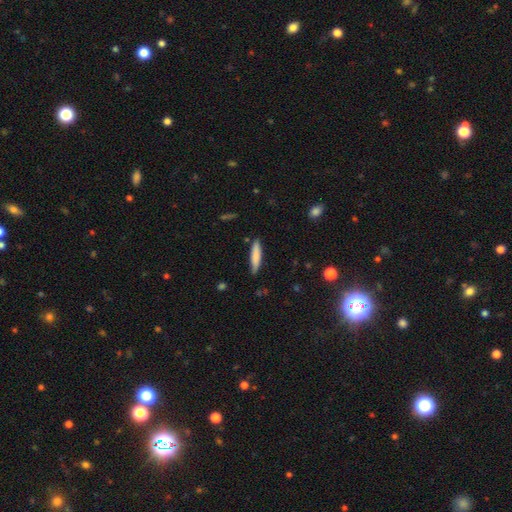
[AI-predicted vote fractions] The model was most divided on "smooth or featured": smooth: 79%, featured or disk: 16%, star or artifact: 6%. More confident: merging — none (85%); how rounded — cigar-shaped (85%).